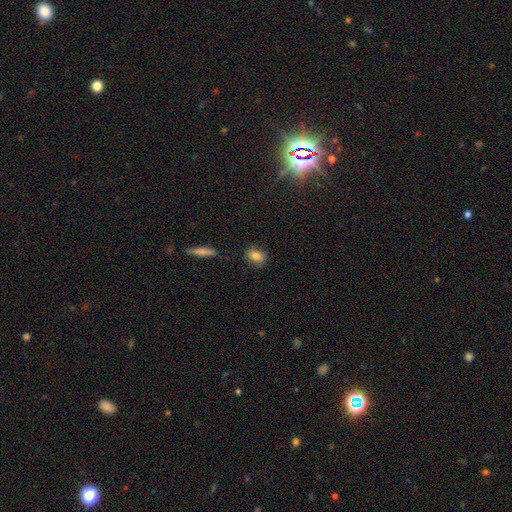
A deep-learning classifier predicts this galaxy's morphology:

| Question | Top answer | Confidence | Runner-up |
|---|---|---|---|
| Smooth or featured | smooth | 81% | featured or disk (10%) |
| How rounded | in between | 65% | round (31%) |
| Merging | none | 82% | minor disturbance (13%) |